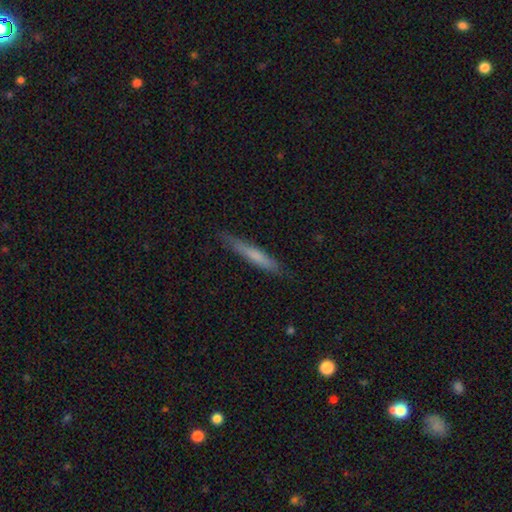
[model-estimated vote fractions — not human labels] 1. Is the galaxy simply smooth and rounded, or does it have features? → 63% smooth, 30% featured or disk, 6% star or artifact.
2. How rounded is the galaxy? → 94% cigar-shaped, 4% in between, 1% round.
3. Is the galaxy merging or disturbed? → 85% none, 11% minor disturbance, 2% major disturbance, 1% merger.